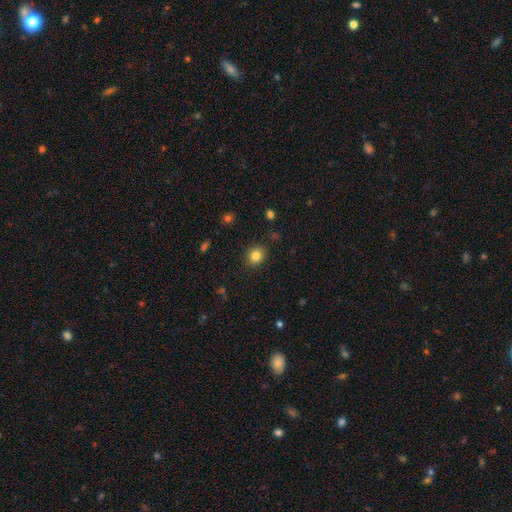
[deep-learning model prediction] The model was most divided on "how rounded": round: 74%, in between: 25%, cigar-shaped: 1%. More confident: merging — none (88%); smooth or featured — smooth (83%).